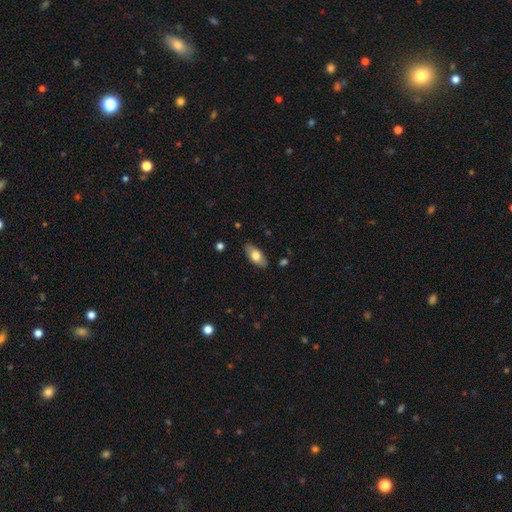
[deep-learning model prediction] A smooth galaxy with no disk features (71%) that is in between round and cigar-shaped (88%).

Vote fractions:
- Smooth or featured? smooth: 71% / featured or disk: 23% / star or artifact: 6%
- How rounded? in between: 88% / cigar-shaped: 9% / round: 3%
- Merging? none: 86% / minor disturbance: 11% / major disturbance: 2% / merger: 1%